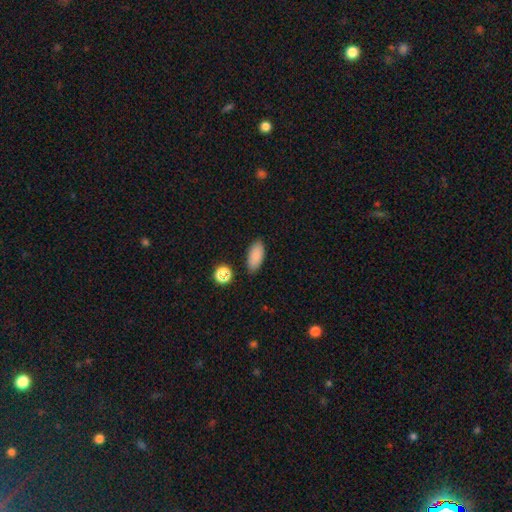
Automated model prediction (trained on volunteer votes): The model was most divided on "merging": none: 84%, minor disturbance: 11%, major disturbance: 3%, merger: 2%. More confident: how rounded — in between (88%); smooth or featured — smooth (86%).